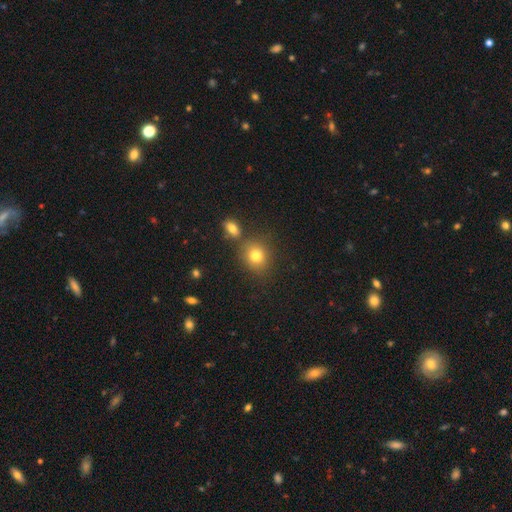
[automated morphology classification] A smooth galaxy with no disk features (79%) that is round (74%). Merging: none (73%).